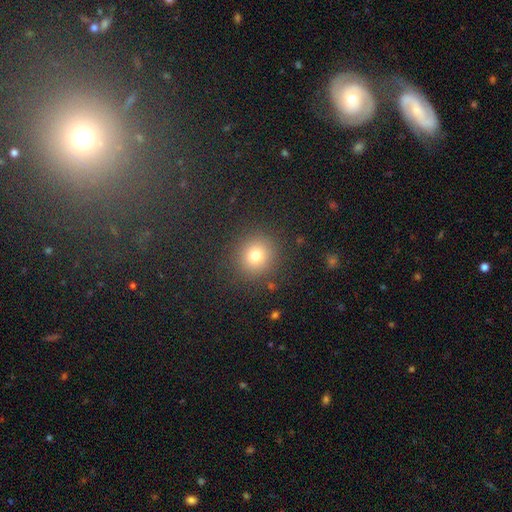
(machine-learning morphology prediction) This appears to be a smooth galaxy with no disk features (75%) that is round (91%). Merging: none (88%).